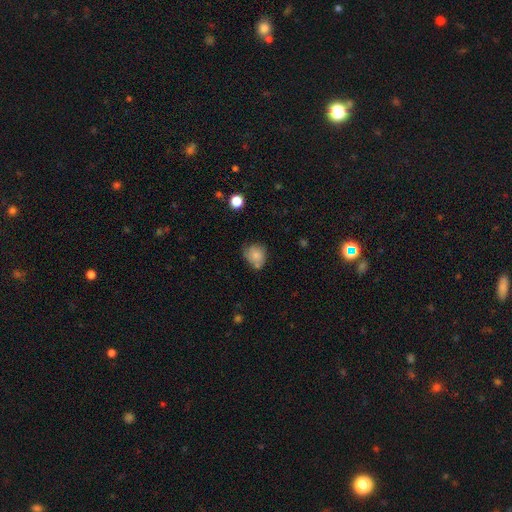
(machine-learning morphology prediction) This is likely a smooth galaxy (76%). How rounded: likely round (64%). Merging: possibly none (51%).